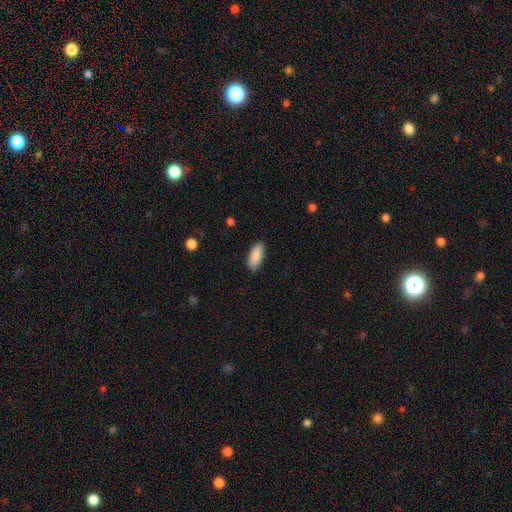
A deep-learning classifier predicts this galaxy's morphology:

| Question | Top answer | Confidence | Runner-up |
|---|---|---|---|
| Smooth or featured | smooth | 89% | star or artifact (6%) |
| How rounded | in between | 83% | cigar-shaped (16%) |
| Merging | none | 86% | minor disturbance (10%) |